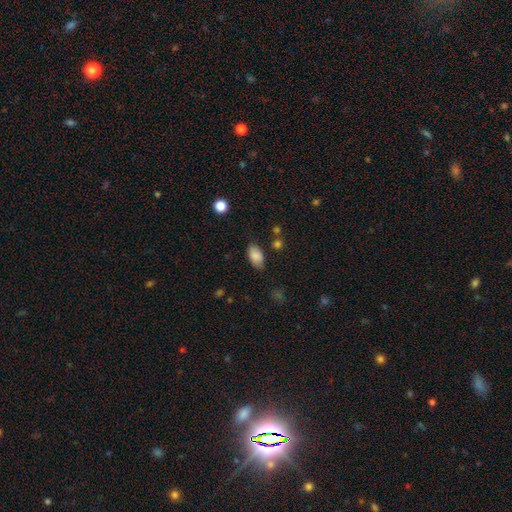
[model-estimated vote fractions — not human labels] smooth-or-featured: smooth: 85% | star or artifact: 8% | featured or disk: 7%
  how-rounded: in between: 93% | round: 5% | cigar-shaped: 2%
  merging: none: 78% | minor disturbance: 16% | major disturbance: 4% | merger: 2%